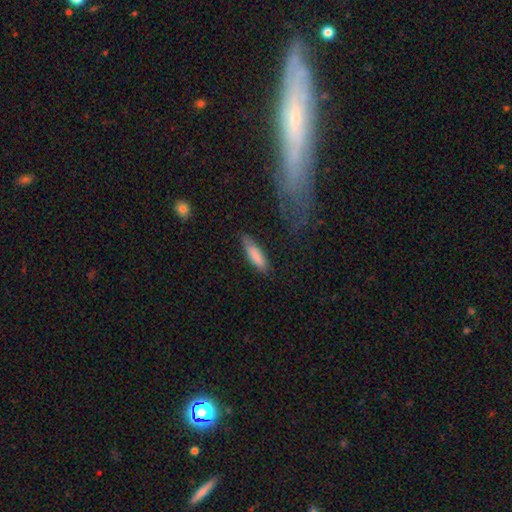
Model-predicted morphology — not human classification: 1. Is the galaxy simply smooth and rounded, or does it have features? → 84% smooth, 11% featured or disk, 6% star or artifact.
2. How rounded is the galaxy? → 63% cigar-shaped, 36% in between, 1% round.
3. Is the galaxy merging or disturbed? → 76% none, 18% minor disturbance, 4% major disturbance, 2% merger.